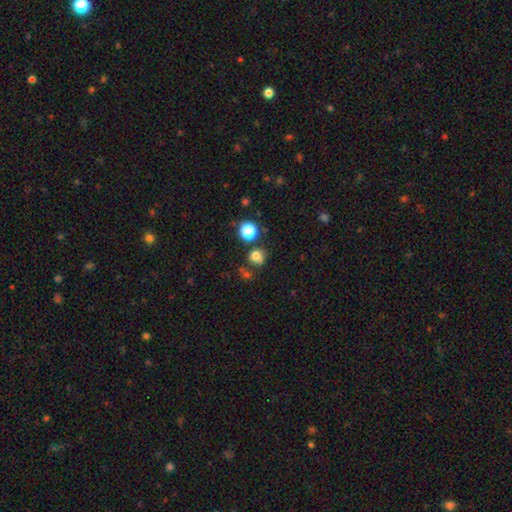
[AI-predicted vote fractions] smooth-or-featured: smooth: 74% | star or artifact: 18% | featured or disk: 8%
  how-rounded: round: 86% | in between: 13% | cigar-shaped: 1%
  merging: none: 65% | merger: 17% | minor disturbance: 13% | major disturbance: 6%